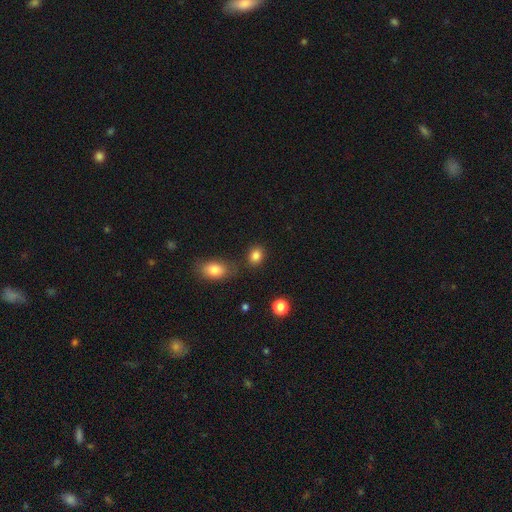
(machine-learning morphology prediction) Smooth or featured? Predicted: smooth (p=0.85). How rounded? Predicted: round (p=0.53). Merging? Predicted: none (p=0.77).